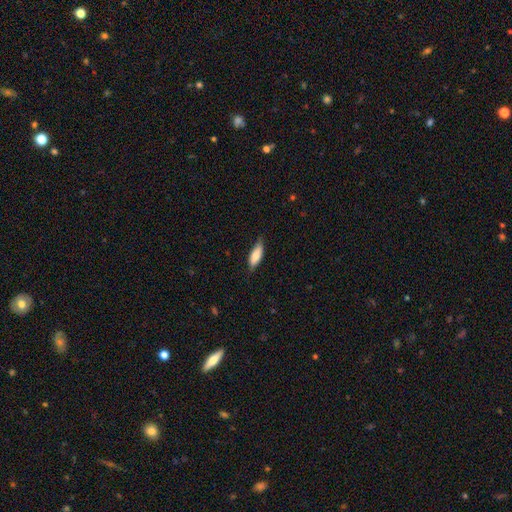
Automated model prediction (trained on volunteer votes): A smooth galaxy with no disk features (77%) that is in between round and cigar-shaped (66%).

Vote fractions:
- Smooth or featured? smooth: 77% / featured or disk: 17% / star or artifact: 6%
- How rounded? in between: 66% / cigar-shaped: 32% / round: 2%
- Merging? none: 74% / minor disturbance: 22% / major disturbance: 3% / merger: 1%